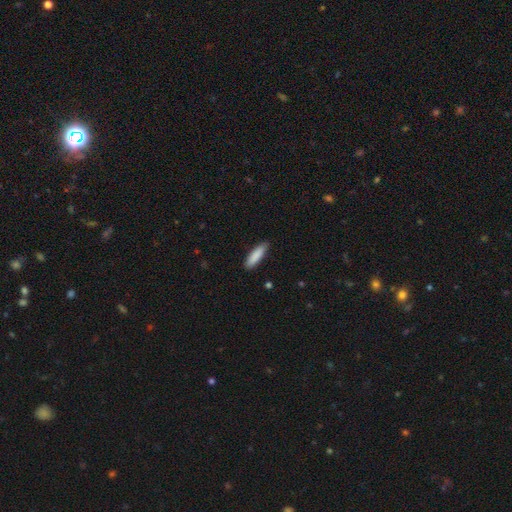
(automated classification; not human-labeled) The model was most divided on "how rounded": cigar-shaped: 66%, in between: 33%, round: 1%. More confident: smooth or featured — smooth (88%); merging — none (85%).